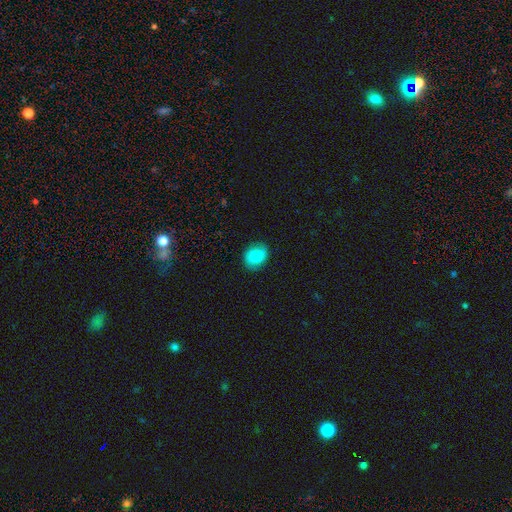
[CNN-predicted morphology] smooth_or_featured: smooth (p=0.79) [alt: featured or disk p=0.13]
how_rounded: round (p=0.54) [alt: in between p=0.45]
merging: none (p=0.86) [alt: minor disturbance p=0.11]